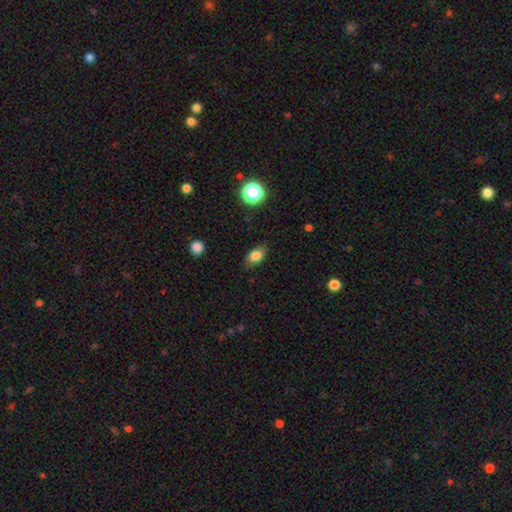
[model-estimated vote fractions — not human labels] This is clearly a smooth galaxy (81%). How rounded: clearly in between (83%). Merging: clearly none (81%).